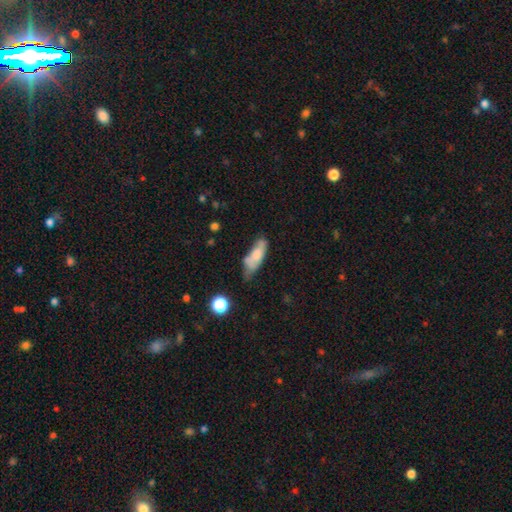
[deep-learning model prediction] Smooth or featured? Predicted: smooth (p=0.68). How rounded? Predicted: in between (p=0.66). Merging? Predicted: none (p=0.40).